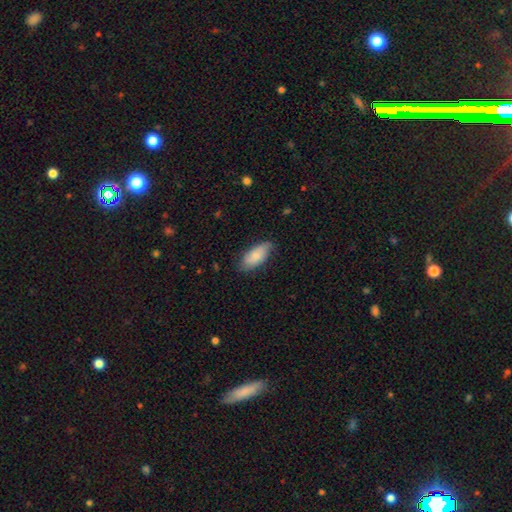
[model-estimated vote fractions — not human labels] smooth 69%, featured or disk 25%, star or artifact 6%. Down the decision tree: how rounded — in between (90%); merging — none (69%).